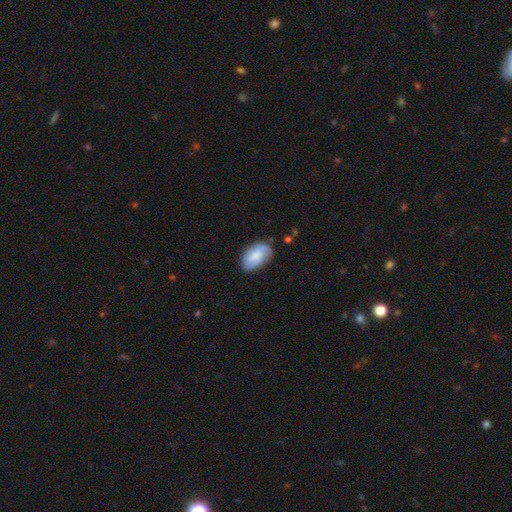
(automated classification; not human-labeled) Smooth or featured? smooth (76%)
How rounded? in between (93%)
Merging? none (66%)